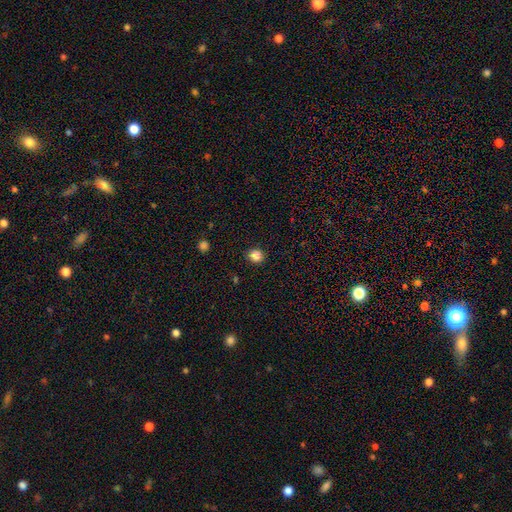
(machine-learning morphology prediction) Smooth or featured? Predicted: smooth (p=0.85). How rounded? Predicted: round (p=0.84). Merging? Predicted: none (p=0.90).